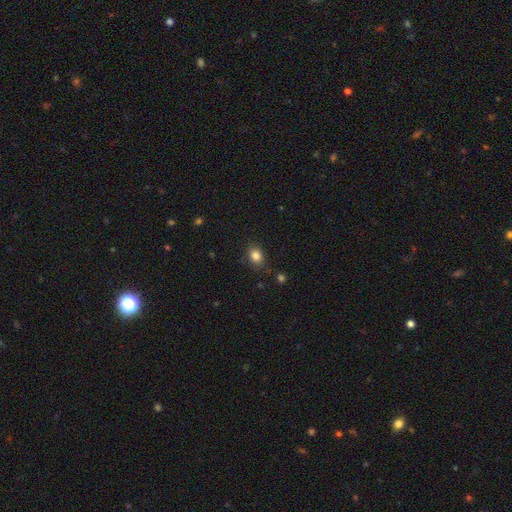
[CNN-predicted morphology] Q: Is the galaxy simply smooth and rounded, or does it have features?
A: smooth — 84%.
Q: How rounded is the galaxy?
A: in between — 54%.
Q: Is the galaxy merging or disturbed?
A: none — 82%.